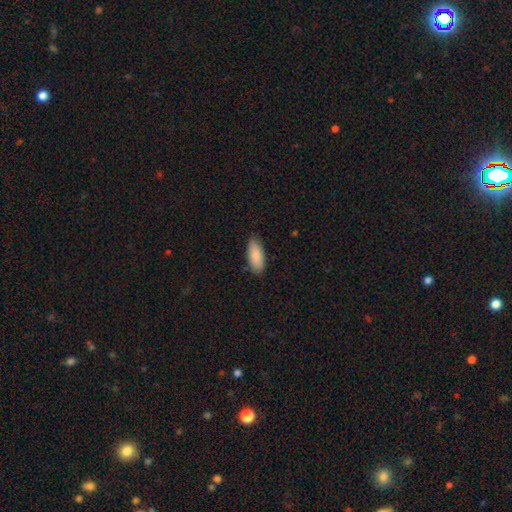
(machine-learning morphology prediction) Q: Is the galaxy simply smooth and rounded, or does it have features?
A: smooth — 89%.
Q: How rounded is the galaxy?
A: in between — 83%.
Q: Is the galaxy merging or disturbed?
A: none — 86%.